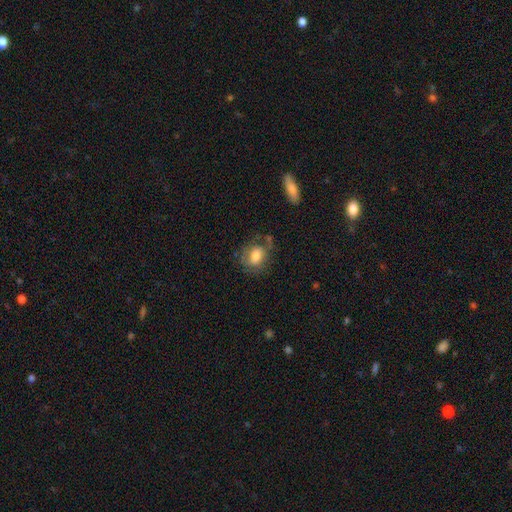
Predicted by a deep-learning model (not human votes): Overall: smooth (73%). How rounded: in between (58%; round 40%). Merging: none (56%; minor disturbance 25%).